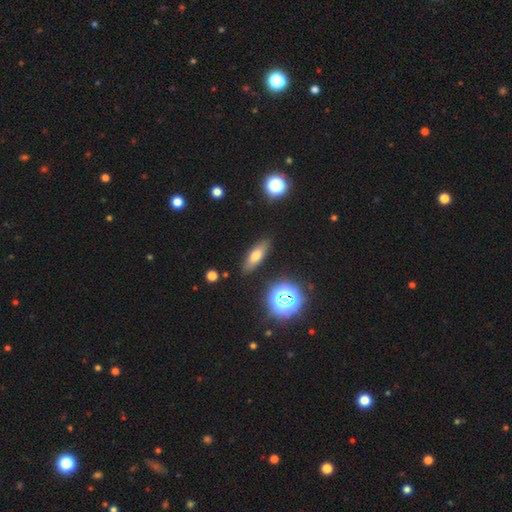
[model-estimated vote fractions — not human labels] Morphology: type=smooth (63%); roundness=in between (55%); merging=none (85%).